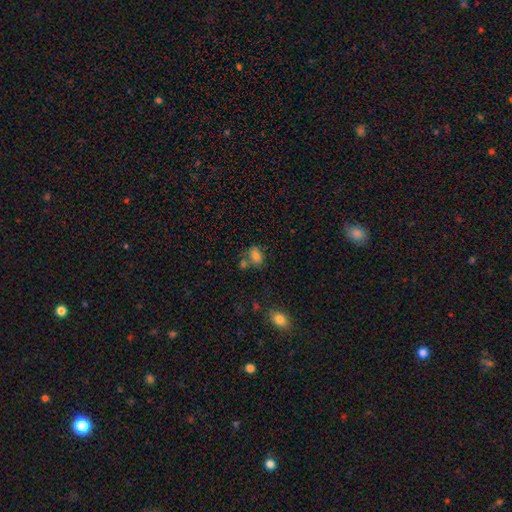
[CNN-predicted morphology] type=smooth (79%); roundness=in between (78%); merging=none (50%).